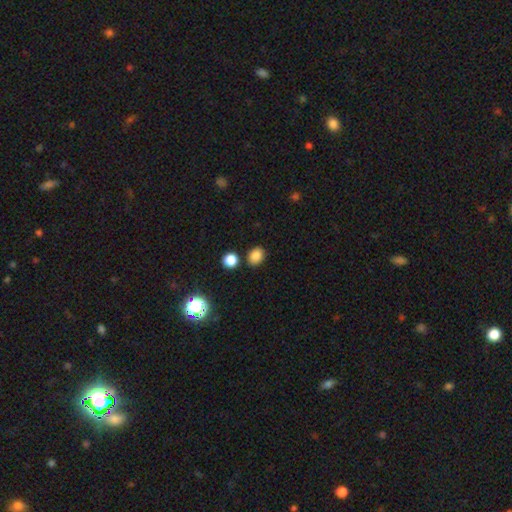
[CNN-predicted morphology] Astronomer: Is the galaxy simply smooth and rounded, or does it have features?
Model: smooth — 83%.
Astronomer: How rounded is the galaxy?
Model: in between — 52% (runner-up: round, 46%).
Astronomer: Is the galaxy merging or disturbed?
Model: none — 81%.